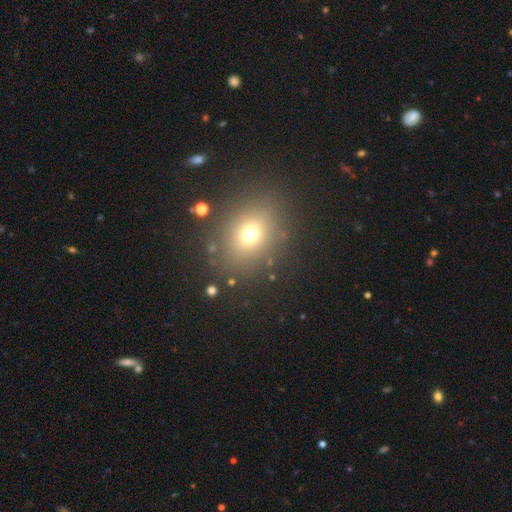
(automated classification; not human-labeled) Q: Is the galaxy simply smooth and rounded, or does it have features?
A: smooth — 60%.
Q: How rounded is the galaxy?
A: round — 60%.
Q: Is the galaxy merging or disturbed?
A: none — 87%.